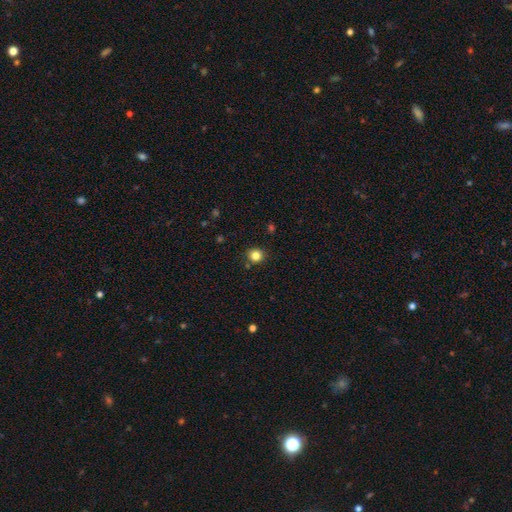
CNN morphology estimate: The model was most divided on "smooth or featured": smooth: 82%, star or artifact: 13%, featured or disk: 5%. More confident: how rounded — round (89%); merging — none (87%).